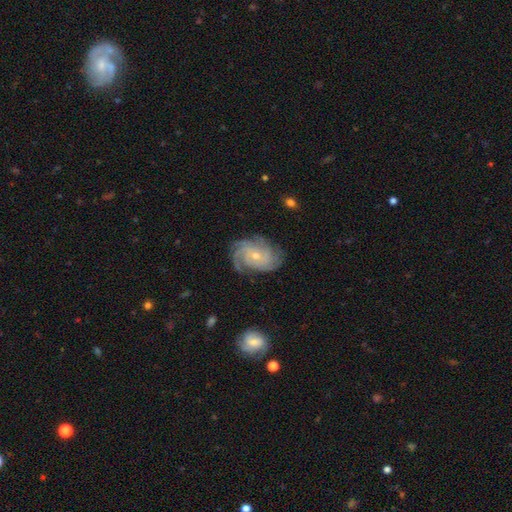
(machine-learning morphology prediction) Smooth or featured: featured or disk — 87% (smooth — 7%)
Edge-on disk: no — 97% (yes — 3%)
Bar: no — 72% (weak — 23%)
Spiral arms: yes — 97% (no — 3%)
Spiral winding: tight — 65% (medium — 28%)
Spiral arm count: 4 — 28% (3 — 26%)
Bulge size: small — 62% (moderate — 35%)
Merging: none — 75% (minor disturbance — 17%)